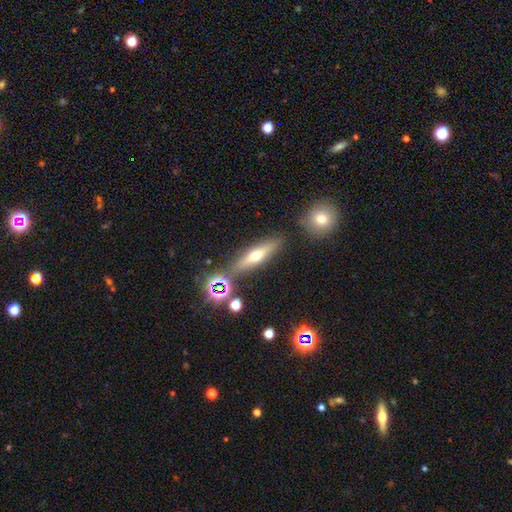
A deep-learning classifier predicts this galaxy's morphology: Smooth or featured: smooth — 44% (tied with featured or disk — 44%)
Merging: none — 81% (minor disturbance — 10%)